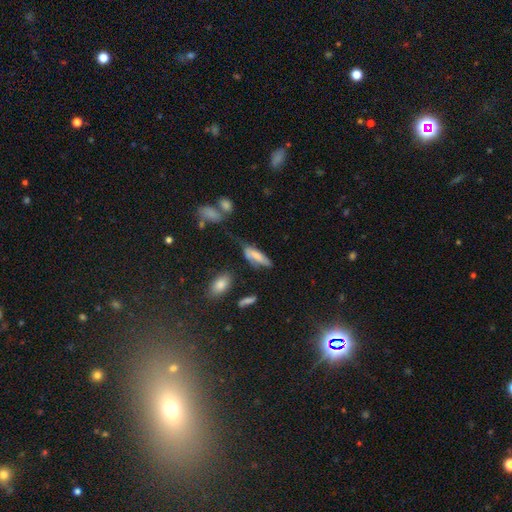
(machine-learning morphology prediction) This appears to be a smooth galaxy with no disk features (63%) that is in between round and cigar-shaped (64%). Merging: none (37%).